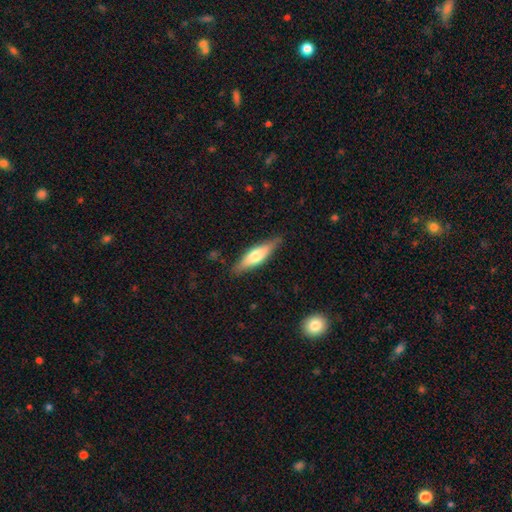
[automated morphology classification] smooth_or_featured: smooth (p=0.52) [alt: featured or disk p=0.42]
how_rounded: cigar-shaped (p=0.62) [alt: in between p=0.37]
merging: none (p=0.84) [alt: minor disturbance p=0.12]